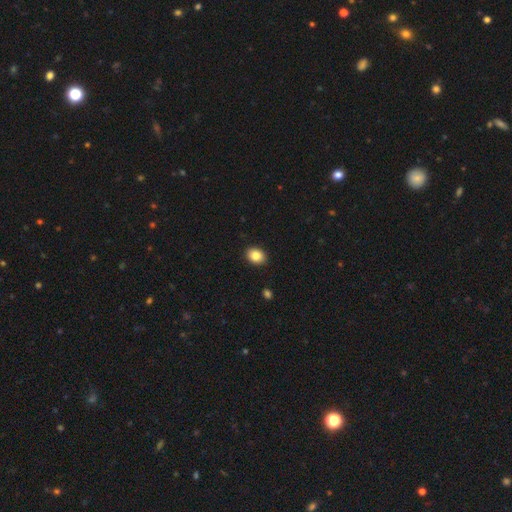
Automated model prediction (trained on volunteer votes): Smooth or featured? smooth (84%)
How rounded? in between (61%)
Merging? none (91%)